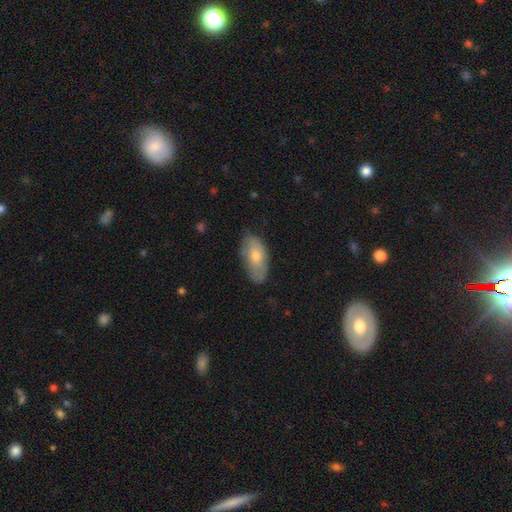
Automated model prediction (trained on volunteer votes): Q: Smooth or featured?
A: smooth (63%); runner-up: featured or disk (30%)
Q: How rounded?
A: in between (91%); runner-up: cigar-shaped (5%)
Q: Merging?
A: none (72%); runner-up: minor disturbance (23%)